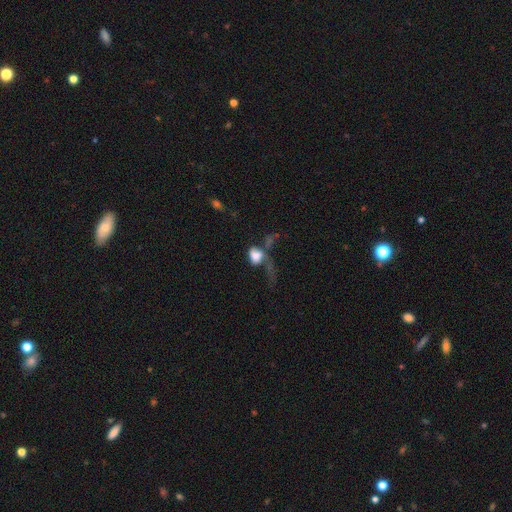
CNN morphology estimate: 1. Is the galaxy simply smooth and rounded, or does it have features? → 60% smooth, 29% featured or disk, 11% star or artifact.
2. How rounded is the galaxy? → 67% in between, 31% round, 2% cigar-shaped.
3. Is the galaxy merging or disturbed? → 55% major disturbance, 20% merger, 14% none, 11% minor disturbance.